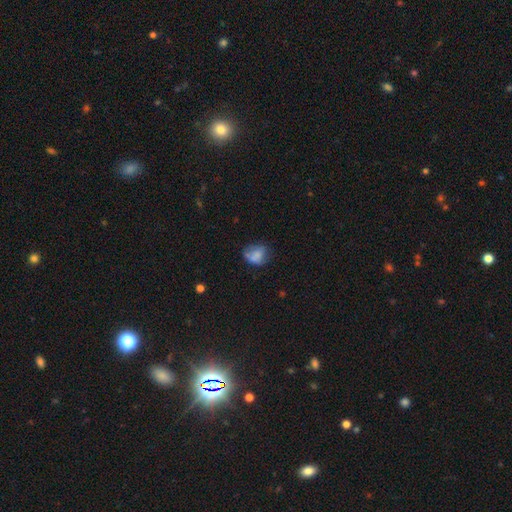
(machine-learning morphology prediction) The model was most divided on "how rounded": round: 53%, in between: 46%, cigar-shaped: 1%. Remaining: smooth or featured — smooth (68%); merging — none (47%).